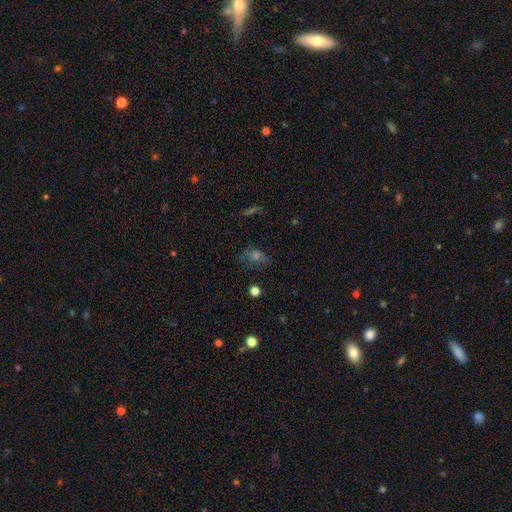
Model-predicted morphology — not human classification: type=smooth (50%); merging=none (57%).